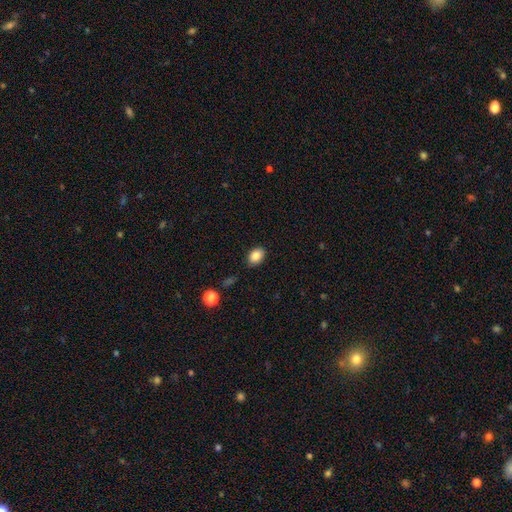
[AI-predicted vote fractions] Smooth or featured: smooth — 86% (star or artifact — 9%)
How rounded: in between — 77% (round — 22%)
Merging: none — 84% (minor disturbance — 12%)